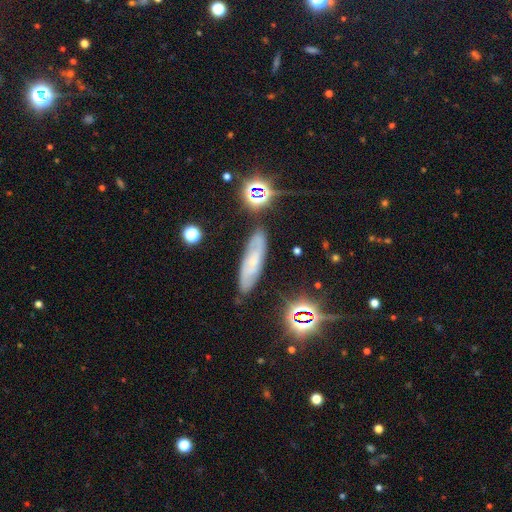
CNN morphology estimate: The model was most divided on "smooth or featured": featured or disk: 54%, smooth: 31%, star or artifact: 14%. More confident: merging — none (79%); edge-on disk — no (72%).